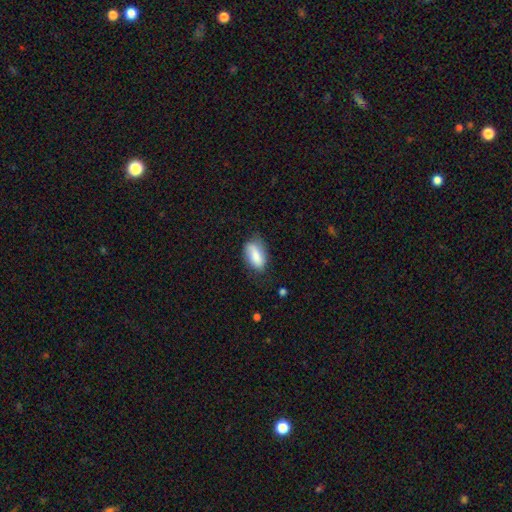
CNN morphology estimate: Q: Smooth or featured?
A: smooth (76%); runner-up: featured or disk (17%)
Q: How rounded?
A: in between (90%); runner-up: cigar-shaped (5%)
Q: Merging?
A: none (63%); runner-up: minor disturbance (28%)